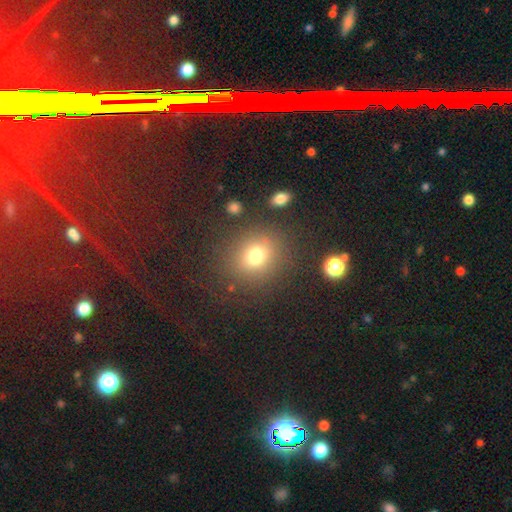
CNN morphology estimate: type=smooth (75%); roundness=round (76%); merging=none (83%).